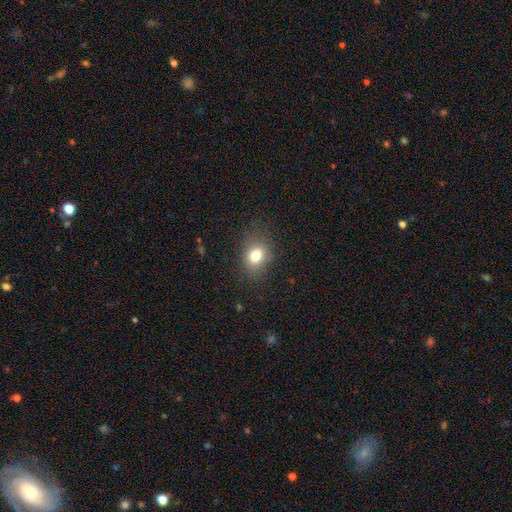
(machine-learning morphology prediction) Smooth or featured? smooth (77%)
How rounded? in between (54%)
Merging? none (78%)